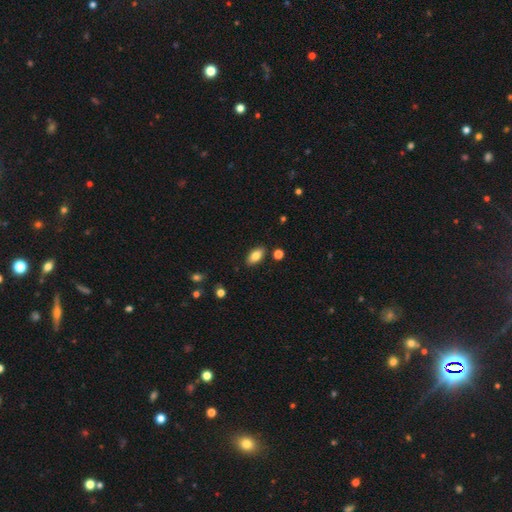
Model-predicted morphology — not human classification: Smooth or featured?
  - smooth: 82% *
  - featured or disk: 10%
  - star or artifact: 8%
How rounded?
  - in between: 91% *
  - cigar-shaped: 5%
  - round: 4%
Merging?
  - none: 86% *
  - minor disturbance: 9%
  - merger: 2%
  - major disturbance: 2%